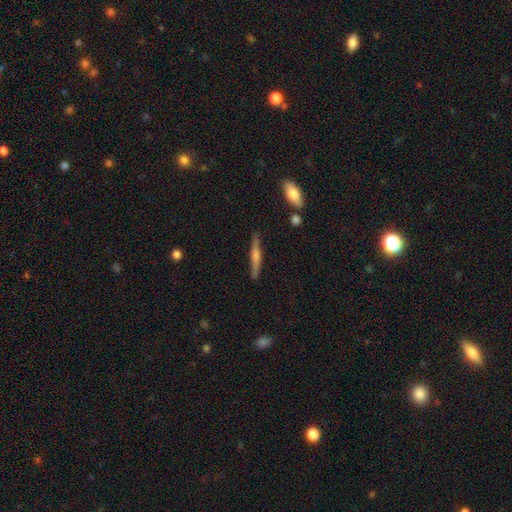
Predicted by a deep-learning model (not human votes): A featured or disk galaxy (68%) viewed edge-on (97%) with a rounded central bulge (80%). Merging: none (88%).